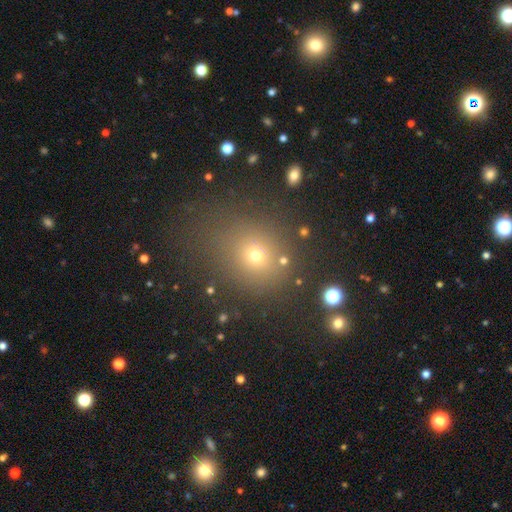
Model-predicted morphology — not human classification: Smooth or featured? Predicted: smooth (p=0.60). How rounded? Predicted: round (p=0.73). Merging? Predicted: none (p=0.79).